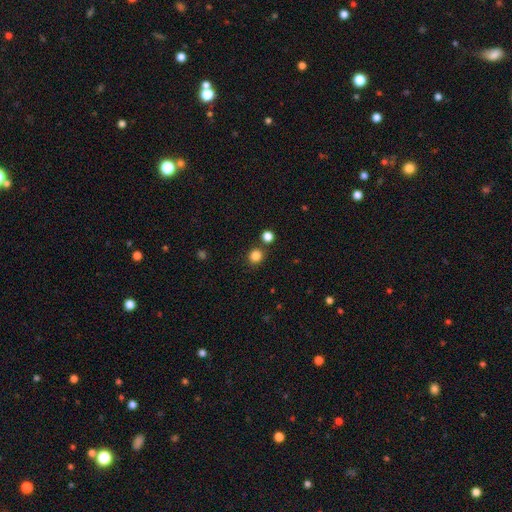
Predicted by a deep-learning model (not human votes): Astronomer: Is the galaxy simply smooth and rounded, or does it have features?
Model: smooth — 84%.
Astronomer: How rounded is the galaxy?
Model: round — 88%.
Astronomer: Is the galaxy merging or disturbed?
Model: none — 82%.